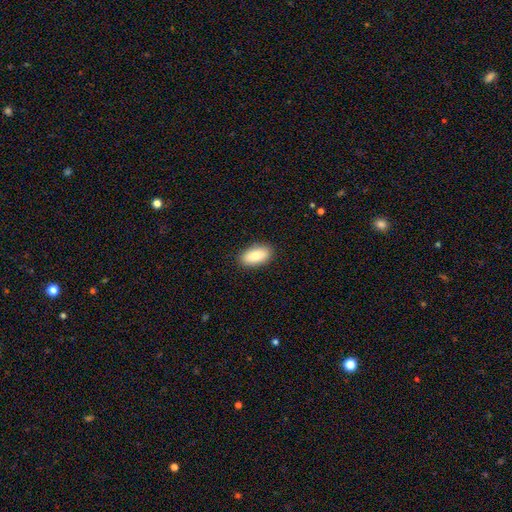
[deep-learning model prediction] smooth_or_featured: smooth (p=0.82) [alt: featured or disk p=0.11]
how_rounded: in between (p=0.93) [alt: cigar-shaped p=0.04]
merging: none (p=0.88) [alt: minor disturbance p=0.09]